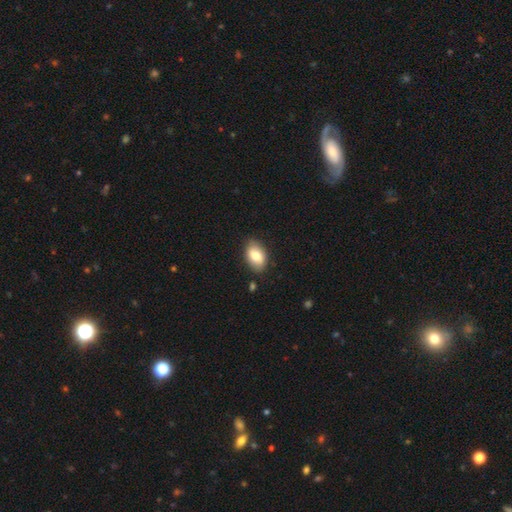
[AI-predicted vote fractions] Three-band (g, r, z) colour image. It shows a smooth galaxy with no disk features (78%) that is in between round and cigar-shaped (90%). Merging: none (82%).